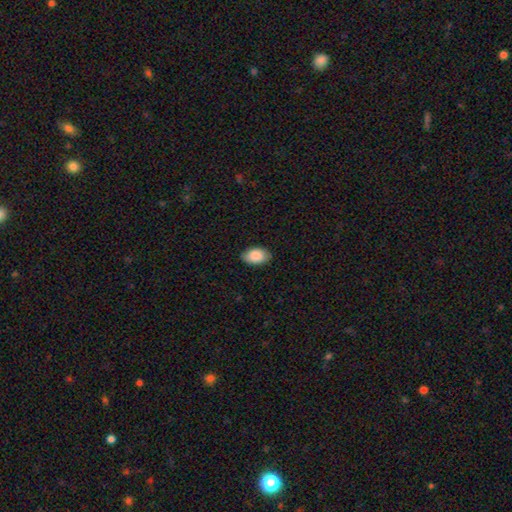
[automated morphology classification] Smooth or featured?
  - smooth: 88% *
  - star or artifact: 6%
  - featured or disk: 6%
How rounded?
  - in between: 91% *
  - round: 8%
  - cigar-shaped: 1%
Merging?
  - none: 84% *
  - minor disturbance: 12%
  - major disturbance: 2%
  - merger: 1%